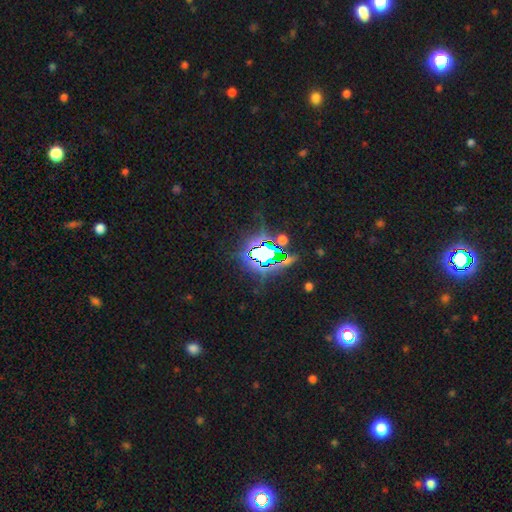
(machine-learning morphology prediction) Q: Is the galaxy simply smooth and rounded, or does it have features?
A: star or artifact — 80%.